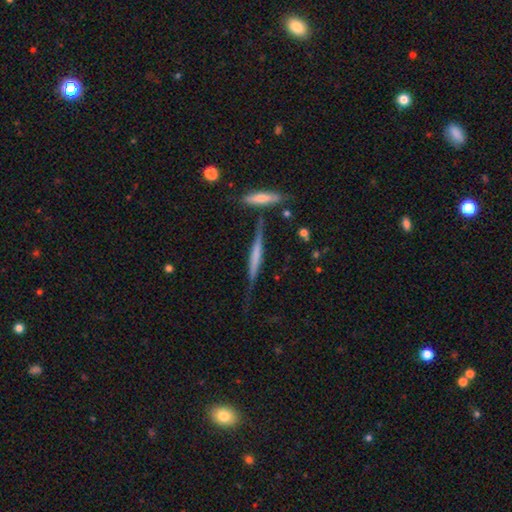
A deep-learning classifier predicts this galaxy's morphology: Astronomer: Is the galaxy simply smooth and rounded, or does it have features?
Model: featured or disk — 59%.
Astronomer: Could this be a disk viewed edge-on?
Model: yes — 96%.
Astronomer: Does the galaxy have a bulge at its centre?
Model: none — 52%.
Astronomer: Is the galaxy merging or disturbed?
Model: none — 67%.